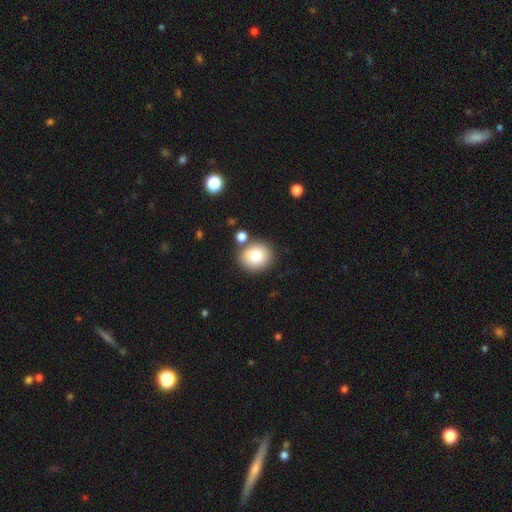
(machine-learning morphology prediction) Smooth or featured? smooth (79%)
How rounded? round (77%)
Merging? none (75%)